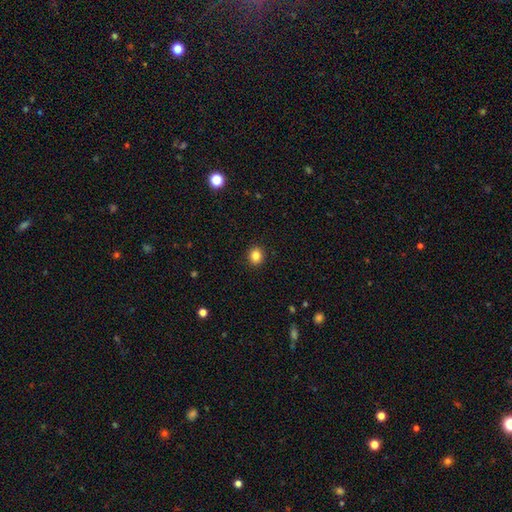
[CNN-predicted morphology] Smooth or featured? Predicted: smooth (p=0.84). How rounded? Predicted: round (p=0.79). Merging? Predicted: none (p=0.92).